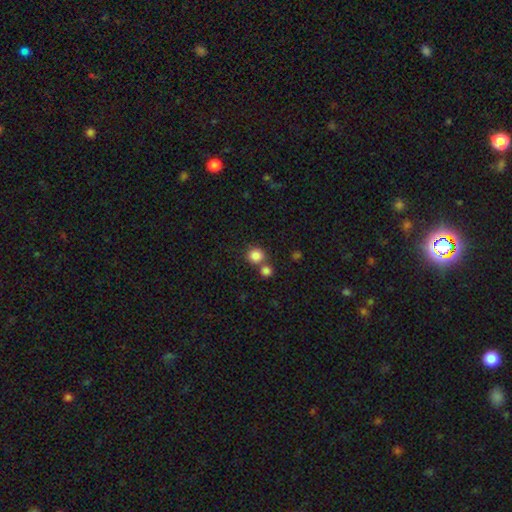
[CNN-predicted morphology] type=smooth (84%); roundness=round (89%); merging=none (63%).